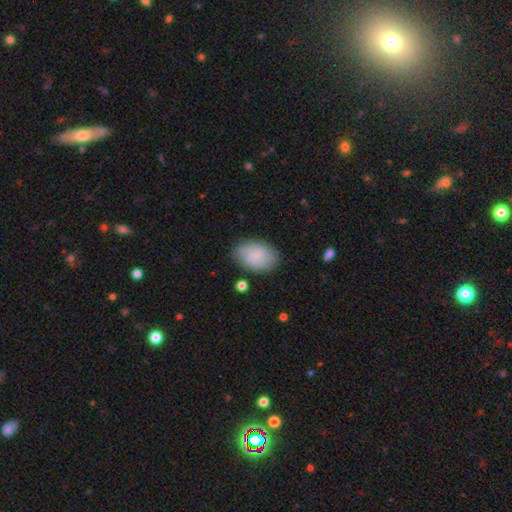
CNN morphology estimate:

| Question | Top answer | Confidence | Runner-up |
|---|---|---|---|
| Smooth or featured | smooth | 72% | featured or disk (21%) |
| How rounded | in between | 88% | round (11%) |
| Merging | none | 83% | minor disturbance (12%) |